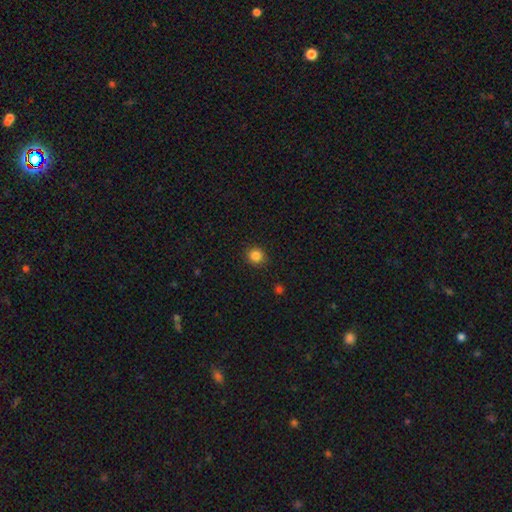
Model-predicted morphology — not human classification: A smooth galaxy with no disk features (84%) that is round (90%).

Vote fractions:
- Smooth or featured? smooth: 84% / star or artifact: 11% / featured or disk: 4%
- How rounded? round: 90% / in between: 9% / cigar-shaped: 1%
- Merging? none: 91% / minor disturbance: 6% / major disturbance: 2% / merger: 1%